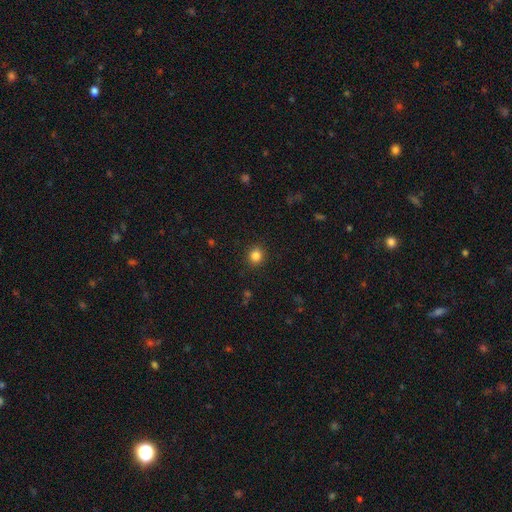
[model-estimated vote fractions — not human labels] A smooth galaxy with no disk features (84%) that is round (83%). Merging: none (90%).